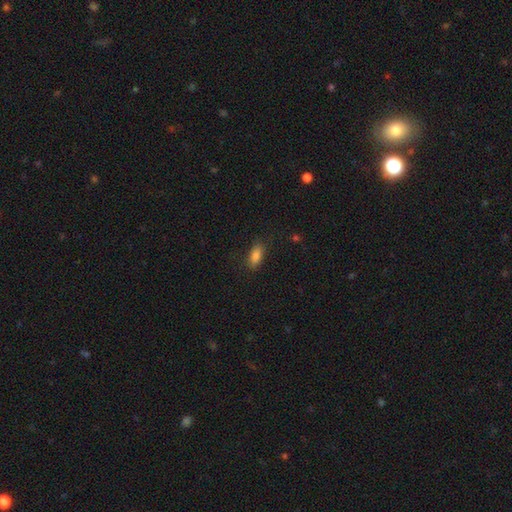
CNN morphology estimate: type=smooth (85%); roundness=in between (83%); merging=none (83%).